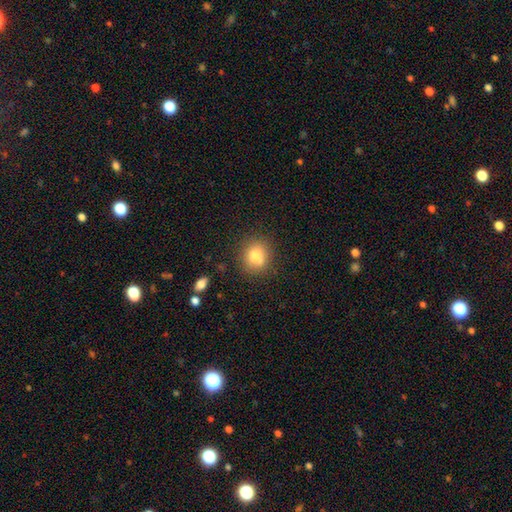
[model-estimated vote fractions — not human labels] This appears to be a smooth galaxy with no disk features (77%) that is round (74%). Merging: none (67%).